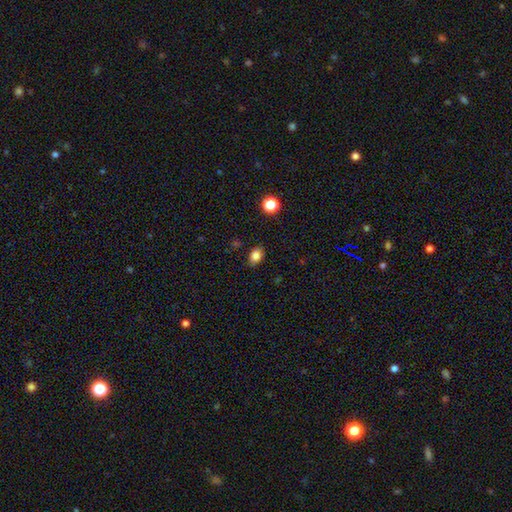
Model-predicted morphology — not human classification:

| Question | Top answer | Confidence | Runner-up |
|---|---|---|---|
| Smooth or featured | smooth | 83% | star or artifact (11%) |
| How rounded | in between | 69% | round (30%) |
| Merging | none | 83% | minor disturbance (13%) |